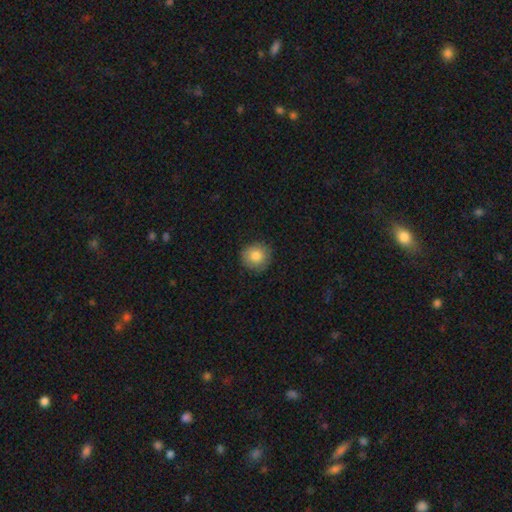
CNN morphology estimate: Smooth or featured? smooth (83%)
How rounded? round (92%)
Merging? none (88%)